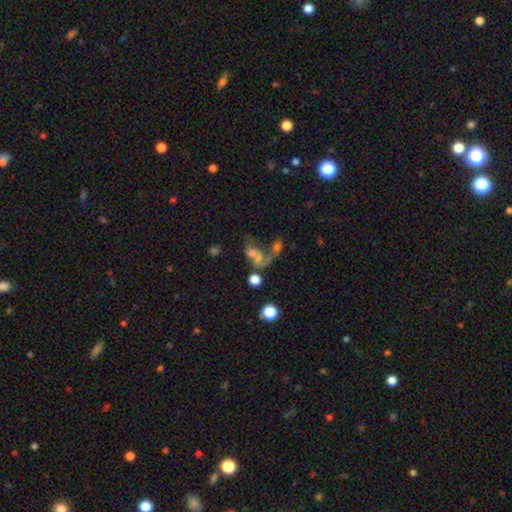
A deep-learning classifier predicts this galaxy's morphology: Smooth or featured? Predicted: featured or disk (p=0.43). Merging? Predicted: merger (p=0.49).